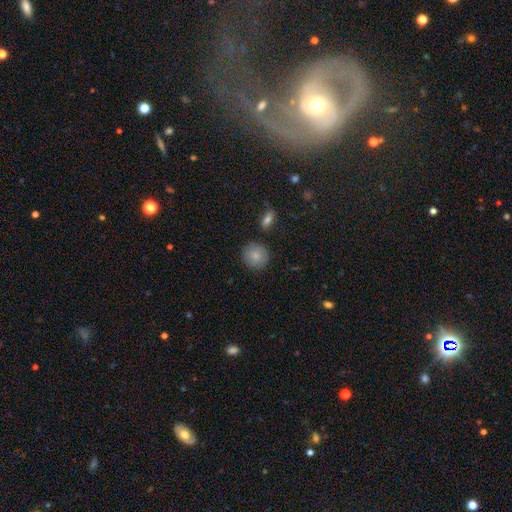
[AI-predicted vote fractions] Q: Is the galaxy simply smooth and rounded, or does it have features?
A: smooth — 84%.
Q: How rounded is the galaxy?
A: round — 91%.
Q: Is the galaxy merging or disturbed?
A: none — 87%.